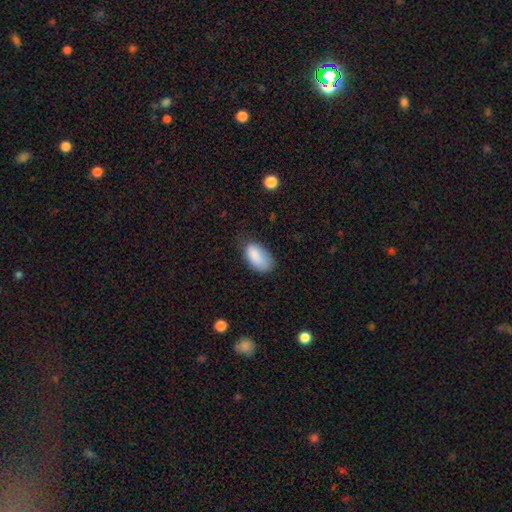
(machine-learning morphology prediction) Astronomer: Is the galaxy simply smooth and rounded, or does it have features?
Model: smooth — 85%.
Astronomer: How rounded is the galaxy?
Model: in between — 94%.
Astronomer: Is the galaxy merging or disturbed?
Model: none — 56% (runner-up: minor disturbance, 32%).